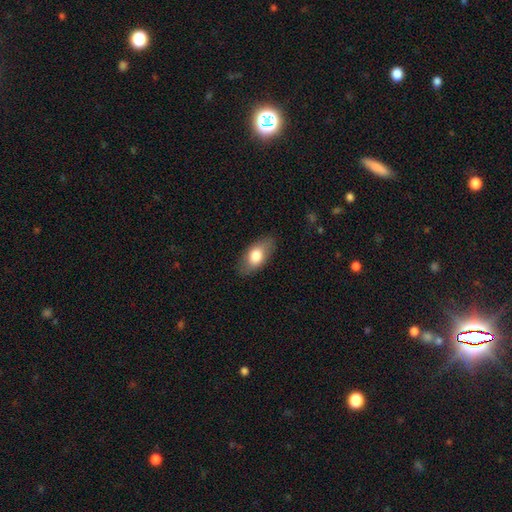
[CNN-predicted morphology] Q: Smooth or featured?
A: smooth (74%); runner-up: featured or disk (19%)
Q: How rounded?
A: in between (90%); runner-up: cigar-shaped (6%)
Q: Merging?
A: none (84%); runner-up: minor disturbance (12%)